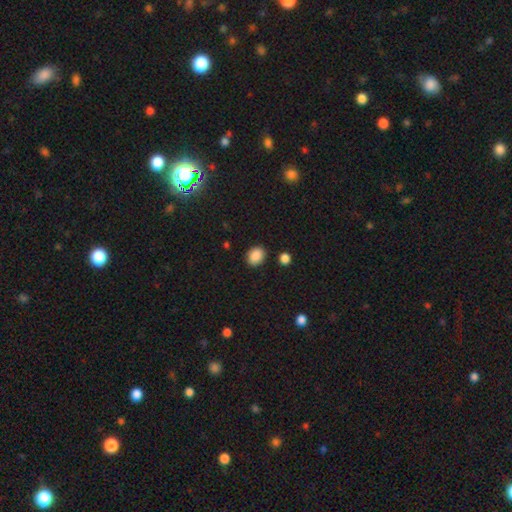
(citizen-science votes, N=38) A smooth galaxy with no disk features (89%) that is in between round and cigar-shaped (53%).

Vote fractions:
- Smooth or featured? smooth: 89% / featured or disk: 5% / star or artifact: 5%
- How rounded? in between: 53% / round: 44% / cigar-shaped: 3%
- Merging? none: 83% / major disturbance: 8% / minor disturbance: 6% / merger: 3%